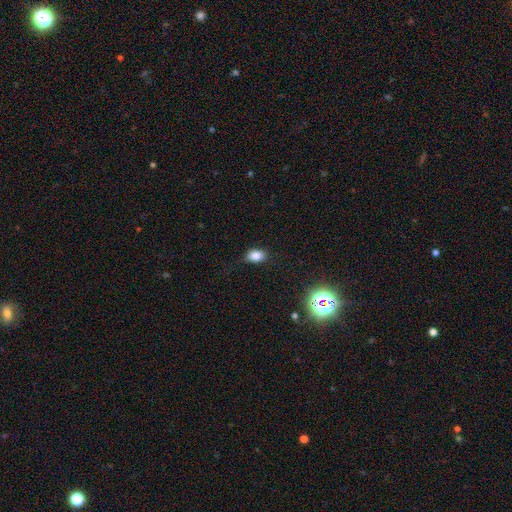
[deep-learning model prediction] Smooth or featured: smooth — 82% (star or artifact — 12%)
How rounded: in between — 77% (round — 22%)
Merging: none — 79% (minor disturbance — 16%)